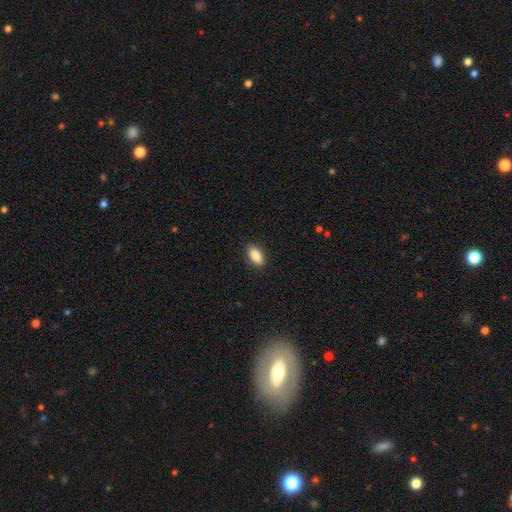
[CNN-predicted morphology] A smooth galaxy with no disk features (87%) that is in between round and cigar-shaped (86%). Merging: none (89%).